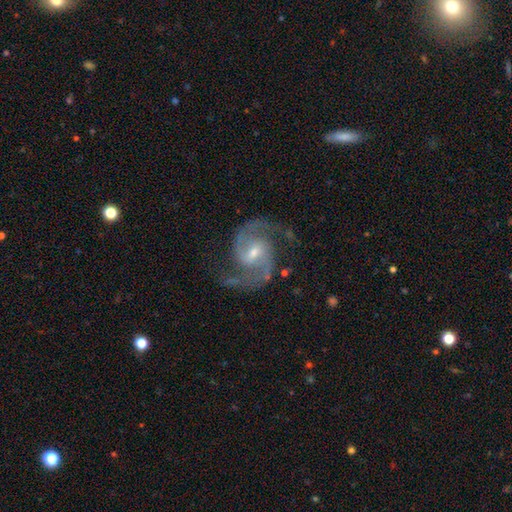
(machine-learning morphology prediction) Smooth or featured?
  - featured or disk: 93% *
  - star or artifact: 5%
  - smooth: 2%
Edge-on disk?
  - no: 98% *
  - yes: 2%
Bar?
  - weak: 49% *
  - no: 30%
  - strong: 21%
Spiral arms?
  - yes: 99% *
  - no: 1%
Spiral winding?
  - medium: 64% *
  - tight: 22%
  - loose: 14%
Spiral arm count?
  - 2: 93% *
  - 3: 2%
  - can't tell: 2%
  - 1: 1%
  - 4: 1%
  - more than 4: 1%
Bulge size?
  - small: 47% *
  - moderate: 46%
  - large: 3%
  - none: 3%
  - dominant: 1%
Merging?
  - none: 80% *
  - minor disturbance: 13%
  - major disturbance: 5%
  - merger: 1%